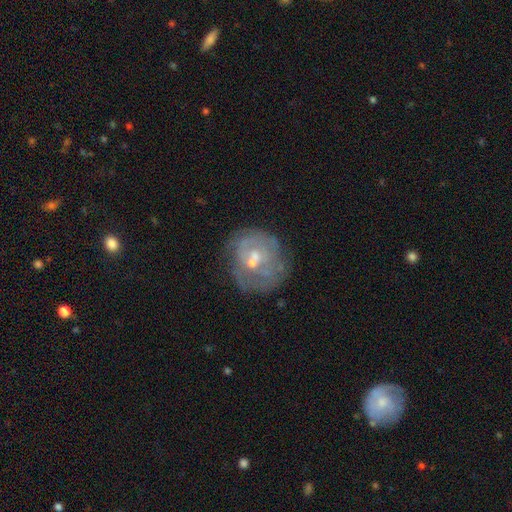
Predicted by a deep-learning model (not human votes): This appears to be a featured or disk galaxy (64%) with no bar (64%), no spiral arms (55%) and a small central bulge (46%). Merging: none (55%).